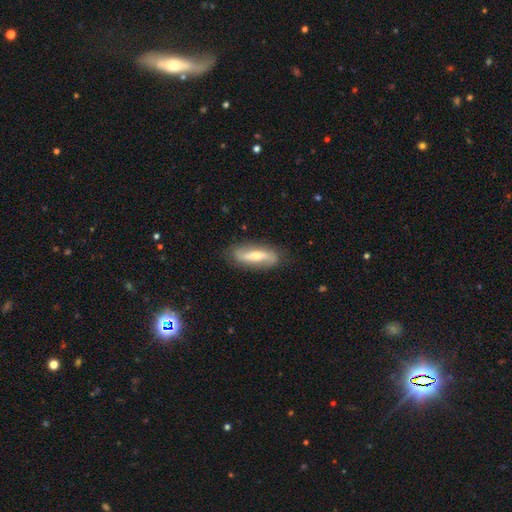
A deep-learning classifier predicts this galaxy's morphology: type=featured or disk (64%); edge-on=no (74%); merging=none (83%).